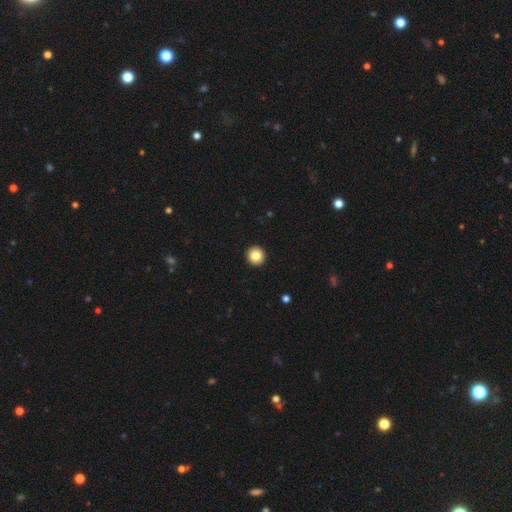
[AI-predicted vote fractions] Overall: smooth (85%). How rounded: round (95%). Merging: none (94%).